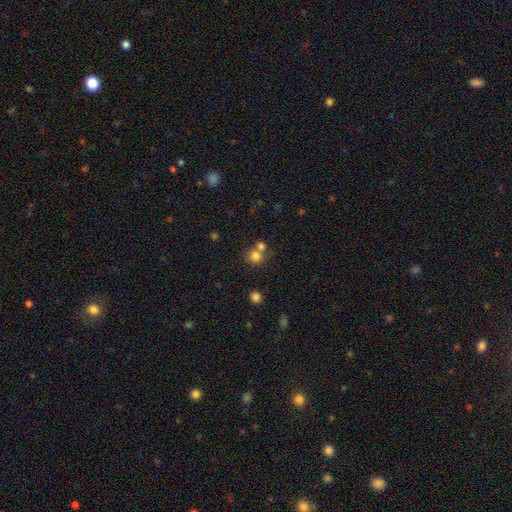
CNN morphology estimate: Smooth or featured: smooth — 77% (star or artifact — 14%)
How rounded: round — 81% (in between — 18%)
Merging: none — 49% (merger — 41%)